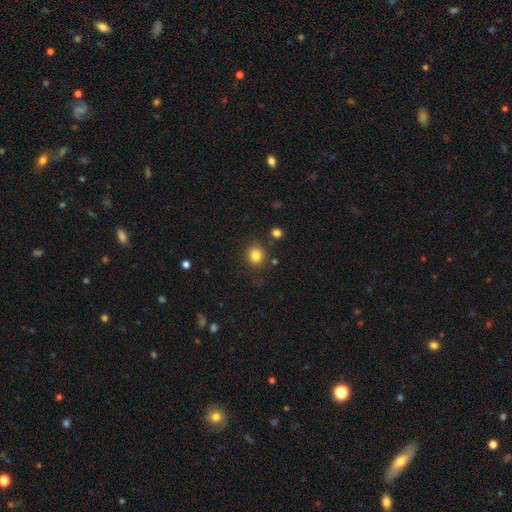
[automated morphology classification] Q: Smooth or featured?
A: smooth (83%); runner-up: star or artifact (11%)
Q: How rounded?
A: round (78%); runner-up: in between (21%)
Q: Merging?
A: none (83%); runner-up: minor disturbance (10%)